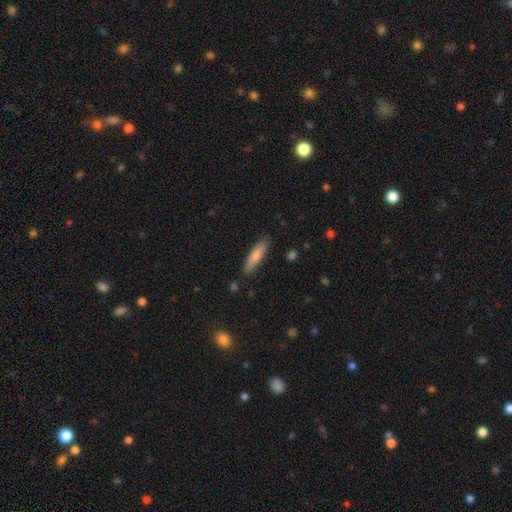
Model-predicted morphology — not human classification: This is likely a smooth galaxy (75%). How rounded: likely cigar-shaped (76%). Merging: clearly none (86%).